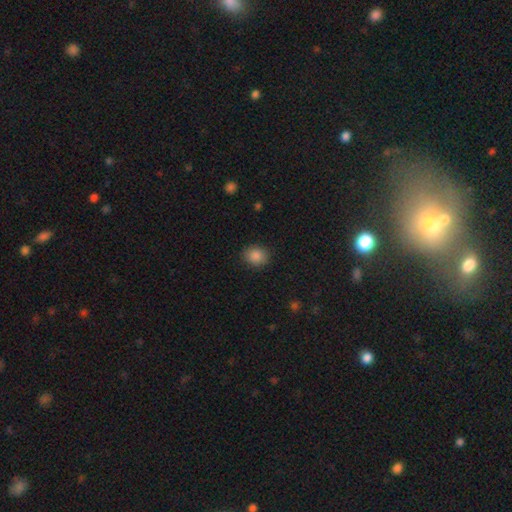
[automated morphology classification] A smooth galaxy with no disk features (87%) that is round (66%). Merging: none (88%).